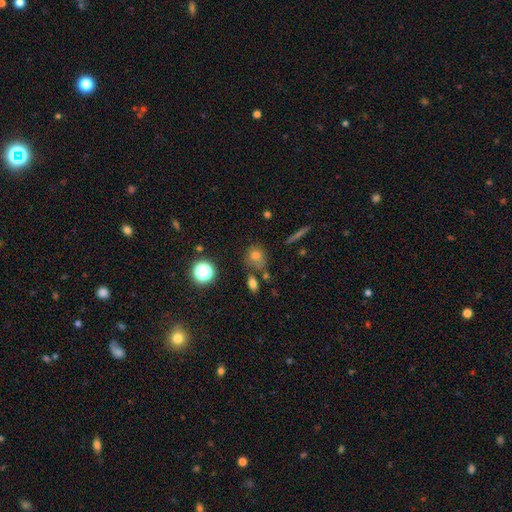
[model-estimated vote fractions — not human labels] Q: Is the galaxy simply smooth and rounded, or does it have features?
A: smooth — 70%.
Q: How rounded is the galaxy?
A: round — 70%.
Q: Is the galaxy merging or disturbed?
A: none — 62%.